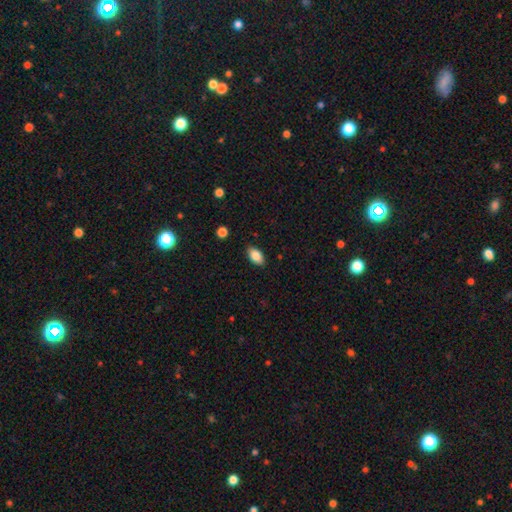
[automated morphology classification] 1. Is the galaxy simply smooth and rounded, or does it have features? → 84% smooth, 8% featured or disk, 8% star or artifact.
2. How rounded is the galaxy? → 92% in between, 6% round, 2% cigar-shaped.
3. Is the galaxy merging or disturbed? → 87% none, 10% minor disturbance, 2% major disturbance, 1% merger.